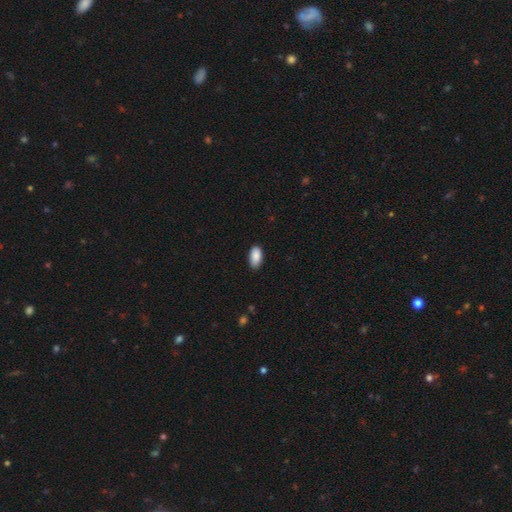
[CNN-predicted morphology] Q: Smooth or featured?
A: smooth (90%); runner-up: star or artifact (7%)
Q: How rounded?
A: in between (95%); runner-up: round (3%)
Q: Merging?
A: none (84%); runner-up: minor disturbance (13%)